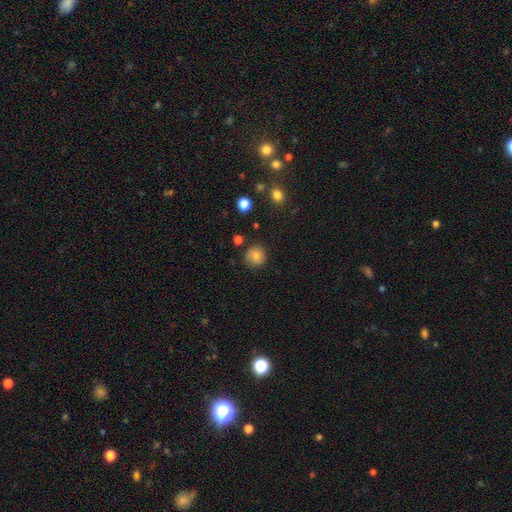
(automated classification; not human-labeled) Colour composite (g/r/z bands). It shows a smooth galaxy with no disk features (79%) that is round (89%). Merging: none (83%).